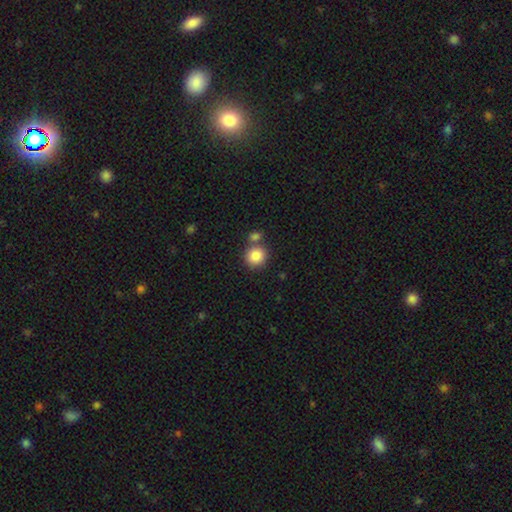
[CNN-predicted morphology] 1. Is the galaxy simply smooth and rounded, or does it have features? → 85% smooth, 9% star or artifact, 6% featured or disk.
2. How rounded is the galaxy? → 88% round, 11% in between, 1% cigar-shaped.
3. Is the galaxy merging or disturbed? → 65% none, 23% merger, 9% minor disturbance, 3% major disturbance.